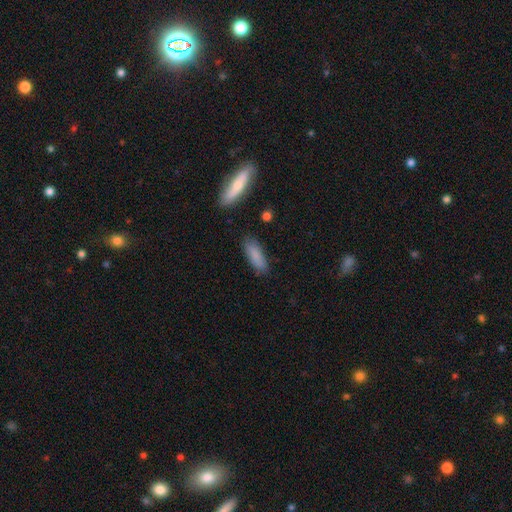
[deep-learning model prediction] This appears to be a smooth galaxy with no disk features (84%) that is in between round and cigar-shaped (54%). Merging: none (81%).